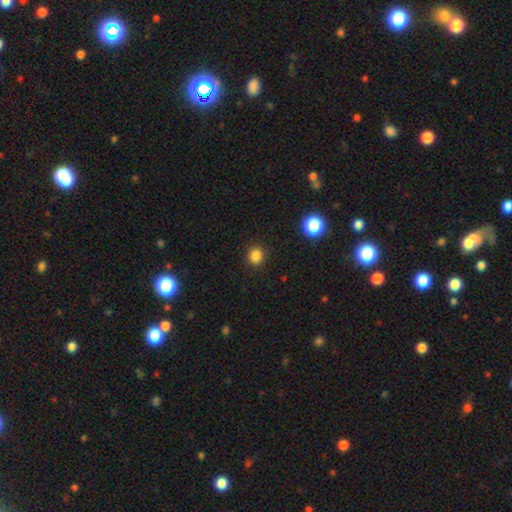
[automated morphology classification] smooth-or-featured: smooth: 84% | star or artifact: 13% | featured or disk: 3%
  how-rounded: round: 85% | in between: 14% | cigar-shaped: 1%
  merging: none: 91% | minor disturbance: 6% | major disturbance: 2% | merger: 1%